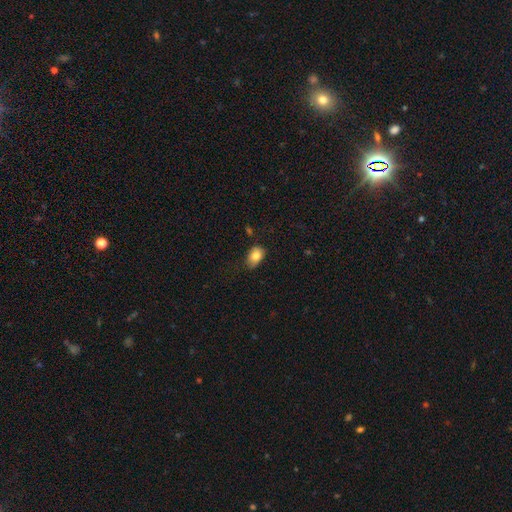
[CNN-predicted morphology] smooth-or-featured: smooth: 81% | featured or disk: 11% | star or artifact: 9%
  how-rounded: in between: 82% | round: 17% | cigar-shaped: 1%
  merging: none: 63% | minor disturbance: 29% | major disturbance: 6% | merger: 2%